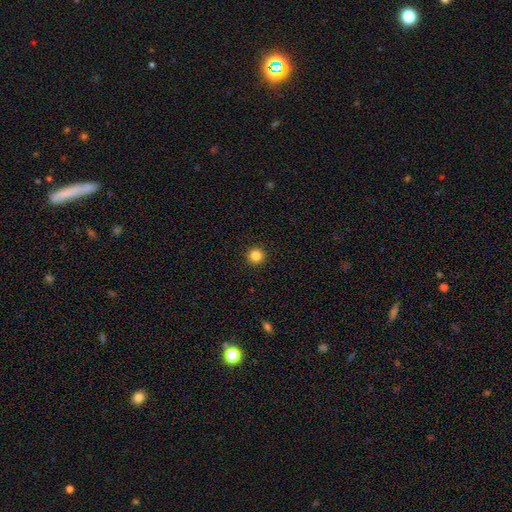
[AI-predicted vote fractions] The model was most divided on "smooth or featured": smooth: 84%, star or artifact: 12%, featured or disk: 4%. More confident: how rounded — round (96%); merging — none (93%).